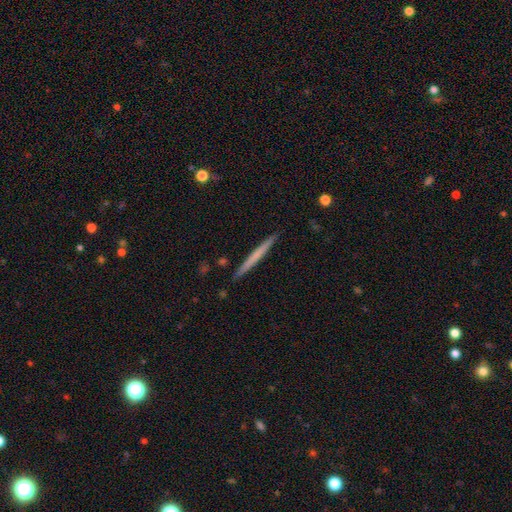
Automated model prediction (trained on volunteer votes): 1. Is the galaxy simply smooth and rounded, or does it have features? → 56% smooth, 39% featured or disk, 5% star or artifact.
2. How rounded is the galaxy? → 97% cigar-shaped, 2% in between, 1% round.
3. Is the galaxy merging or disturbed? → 92% none, 6% minor disturbance, 1% merger, 1% major disturbance.